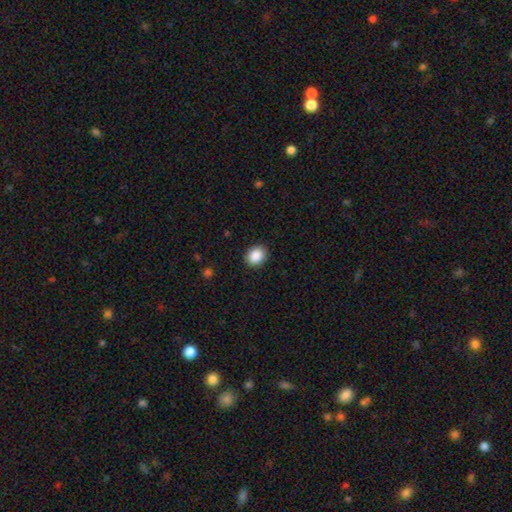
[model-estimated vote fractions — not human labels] Smooth or featured: smooth — 88% (star or artifact — 8%)
How rounded: round — 51% (in between — 48%)
Merging: none — 89% (minor disturbance — 8%)